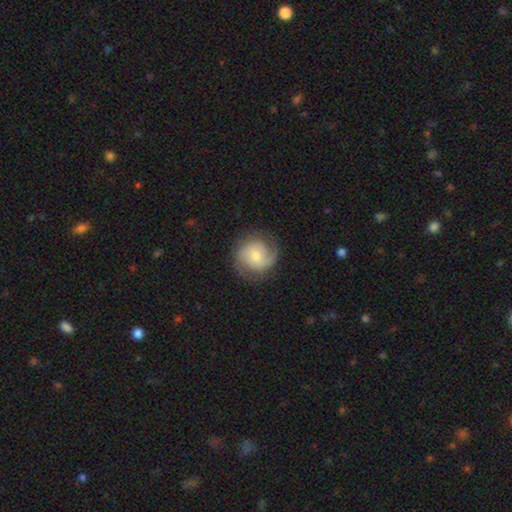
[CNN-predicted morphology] The model was most divided on "bulge size": small: 49%, moderate: 42%, large: 5%, none: 3%, dominant: 1%. Remaining: edge-on disk — no (98%); spiral arms — yes (93%); merging — none (78%); spiral arm count — 2 (69%); bar — no (68%); smooth or featured — featured or disk (66%); spiral winding — medium (44%).